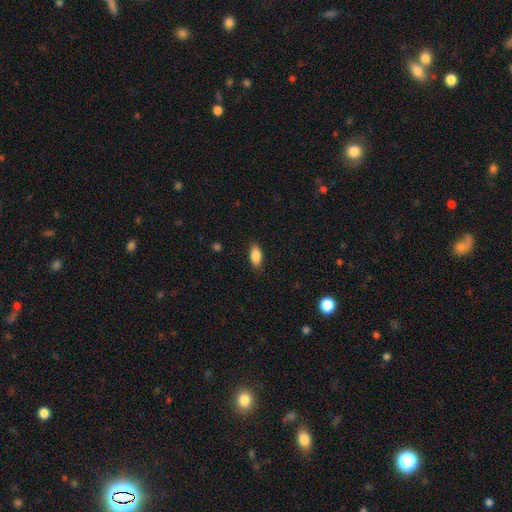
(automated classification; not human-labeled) Overall: smooth (87%). How rounded: in between (87%). Merging: none (87%).